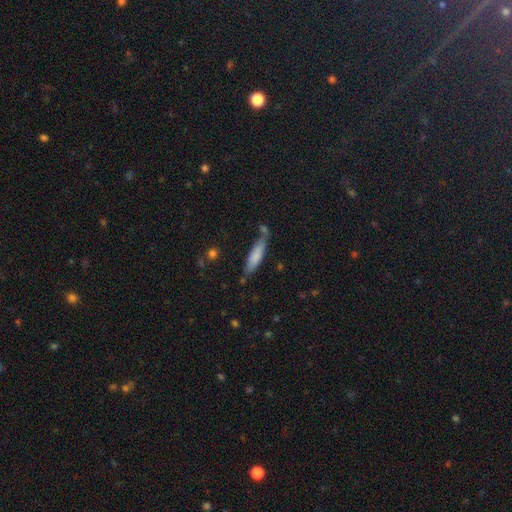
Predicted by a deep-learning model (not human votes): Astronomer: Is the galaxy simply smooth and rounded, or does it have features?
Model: smooth — 78%.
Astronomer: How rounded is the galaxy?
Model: cigar-shaped — 69%.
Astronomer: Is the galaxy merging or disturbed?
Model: none — 64%.